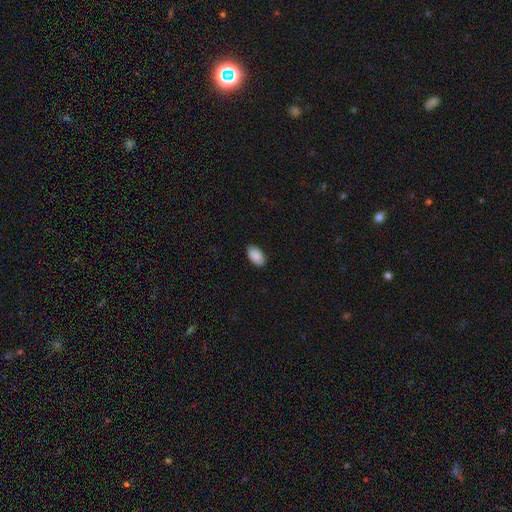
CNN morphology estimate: Smooth or featured? Predicted: smooth (p=0.90). How rounded? Predicted: in between (p=0.95). Merging? Predicted: none (p=0.88).